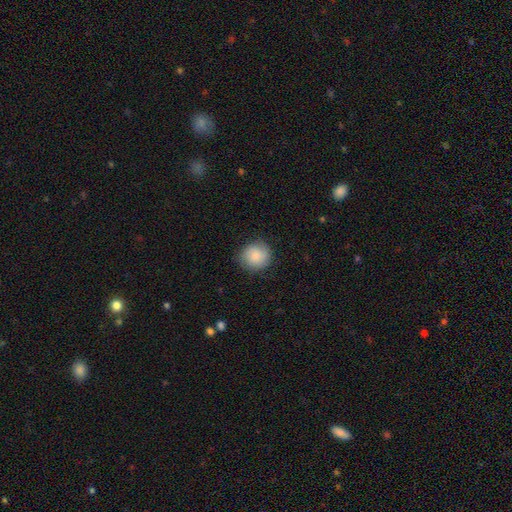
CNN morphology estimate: A smooth galaxy with no disk features (85%) that is round (89%).

Vote fractions:
- Smooth or featured? smooth: 85% / featured or disk: 9% / star or artifact: 7%
- How rounded? round: 89% / in between: 10% / cigar-shaped: 1%
- Merging? none: 83% / minor disturbance: 13% / major disturbance: 3% / merger: 1%